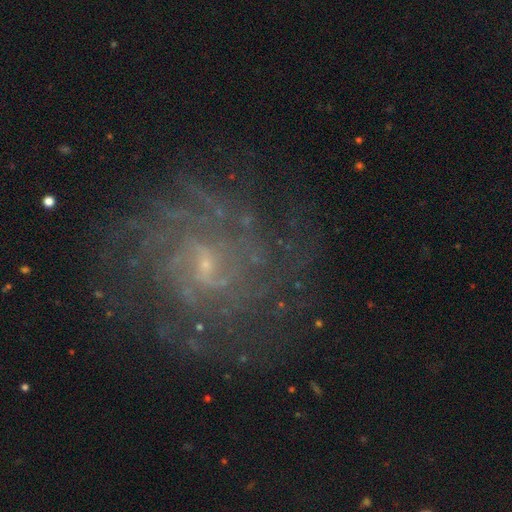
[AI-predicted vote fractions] featured or disk 82%, star or artifact 11%, smooth 7%. Down the decision tree: edge-on disk — no (98%); bar — weak (55%); spiral arms — yes (92%); spiral arm count — can't tell (42%); spiral winding — tight (62%); bulge size — small (75%); merging — none (76%).